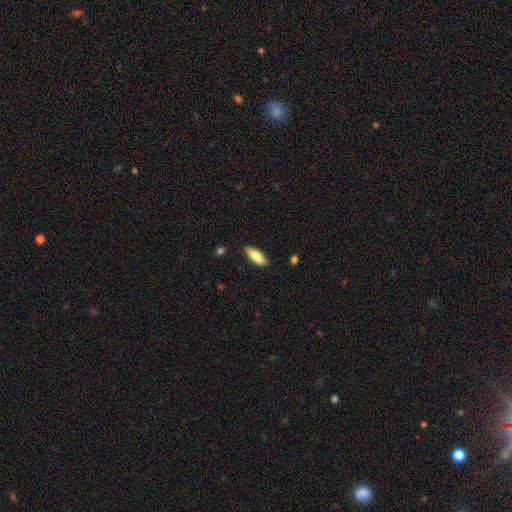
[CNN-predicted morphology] The model was most divided on "how rounded": in between: 70%, cigar-shaped: 28%, round: 2%. More confident: merging — none (84%); smooth or featured — smooth (75%).